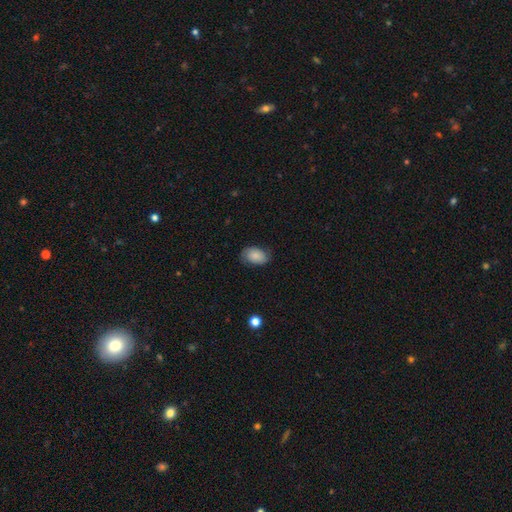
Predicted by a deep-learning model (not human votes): Smooth or featured? smooth (69%)
How rounded? in between (87%)
Merging? none (71%)